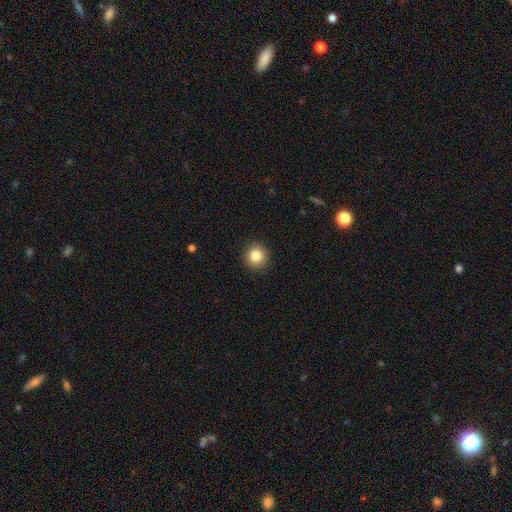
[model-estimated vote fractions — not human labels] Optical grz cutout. It shows a smooth galaxy with no disk features (84%) that is round (92%). Merging: none (92%).